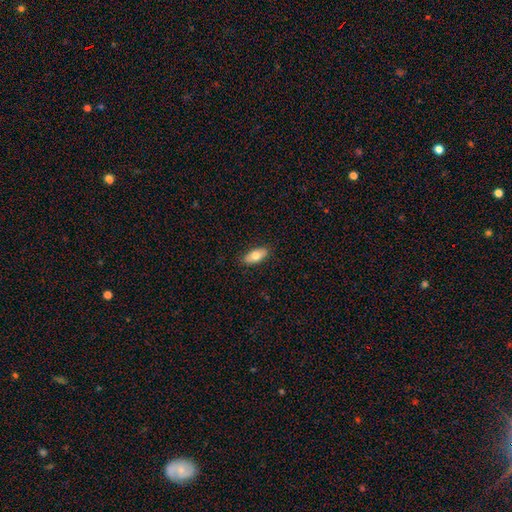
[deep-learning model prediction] A smooth galaxy with no disk features (74%) that is in between round and cigar-shaped (87%).

Vote fractions:
- Smooth or featured? smooth: 74% / featured or disk: 20% / star or artifact: 6%
- How rounded? in between: 87% / cigar-shaped: 10% / round: 3%
- Merging? none: 89% / minor disturbance: 9% / major disturbance: 2% / merger: 1%